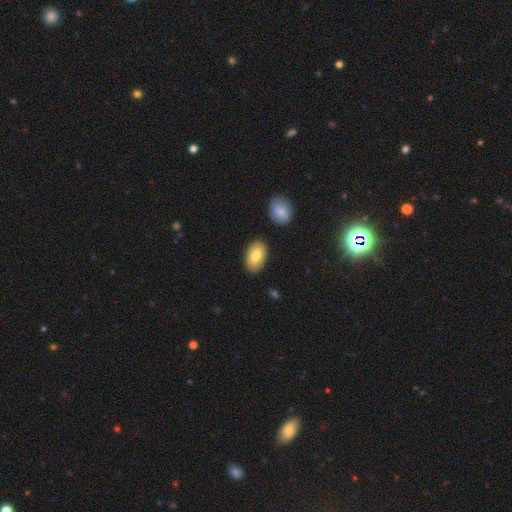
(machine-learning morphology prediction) The model was most divided on "smooth or featured": smooth: 81%, featured or disk: 12%, star or artifact: 6%. More confident: how rounded — in between (93%); merging — none (86%).